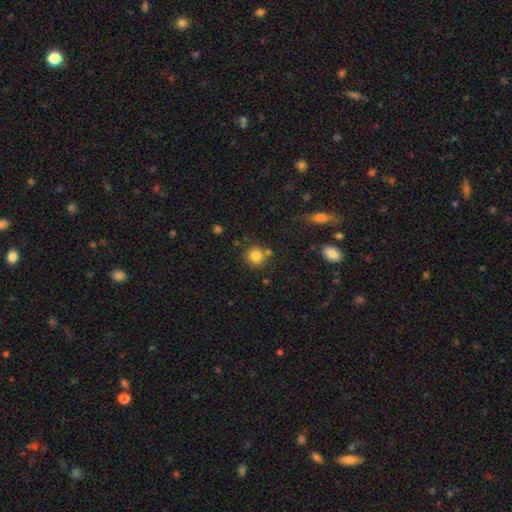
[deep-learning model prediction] smooth-or-featured: smooth: 81% | star or artifact: 12% | featured or disk: 7%
  how-rounded: round: 90% | in between: 9% | cigar-shaped: 1%
  merging: none: 74% | merger: 13% | minor disturbance: 10% | major disturbance: 3%